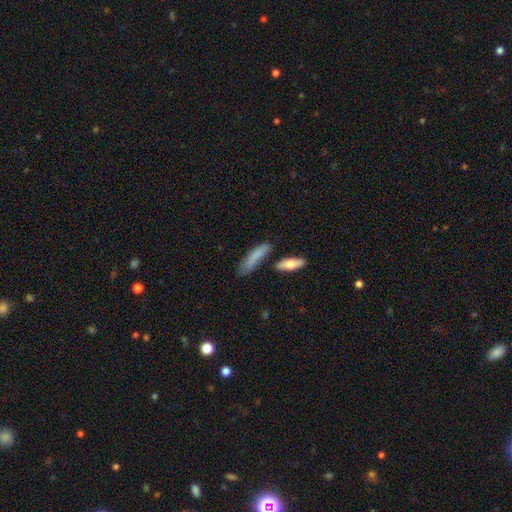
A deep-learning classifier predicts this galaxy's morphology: type=smooth (76%); roundness=cigar-shaped (74%); merging=none (63%).